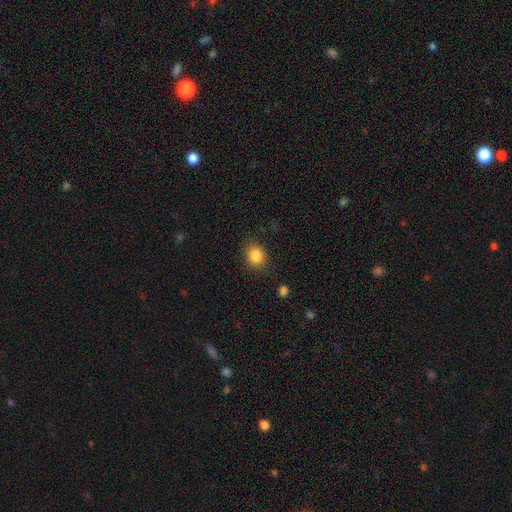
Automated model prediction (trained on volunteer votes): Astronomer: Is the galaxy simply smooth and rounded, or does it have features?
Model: smooth — 85%.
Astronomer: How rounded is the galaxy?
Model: round — 55% (runner-up: in between, 44%).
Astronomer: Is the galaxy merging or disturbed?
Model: none — 83%.